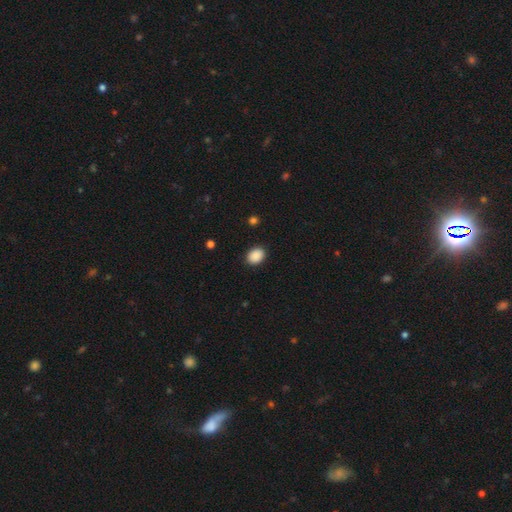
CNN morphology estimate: smooth-or-featured: smooth: 90% | star or artifact: 8% | featured or disk: 2%
  how-rounded: in between: 61% | round: 38% | cigar-shaped: 1%
  merging: none: 90% | minor disturbance: 7% | major disturbance: 2% | merger: 1%